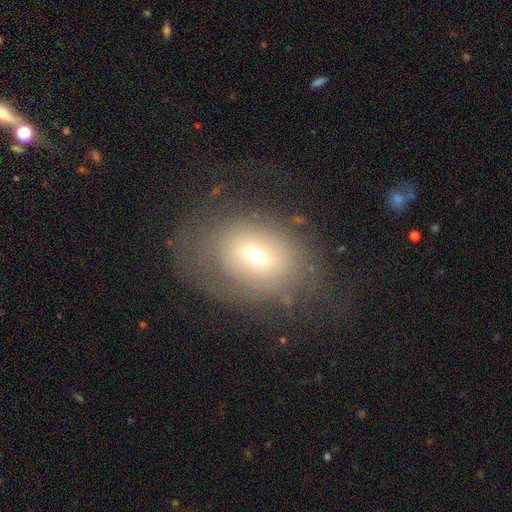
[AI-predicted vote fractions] A smooth galaxy with no disk features (51%) that is in between round and cigar-shaped (59%).

Vote fractions:
- Smooth or featured? smooth: 51% / featured or disk: 36% / star or artifact: 13%
- How rounded? in between: 59% / round: 40% / cigar-shaped: 1%
- Merging? none: 54% / major disturbance: 22% / minor disturbance: 22% / merger: 2%